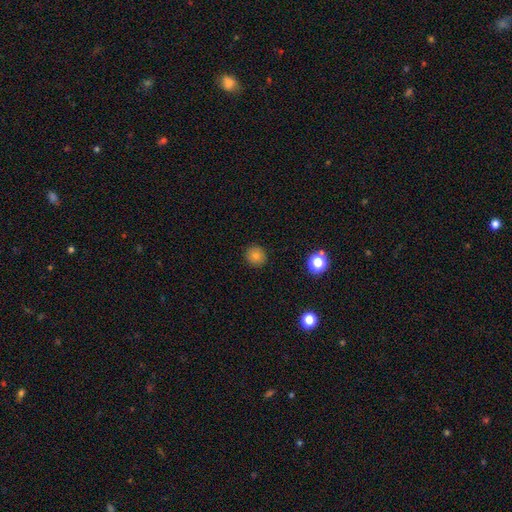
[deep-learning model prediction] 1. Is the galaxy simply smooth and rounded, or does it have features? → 78% smooth, 13% star or artifact, 9% featured or disk.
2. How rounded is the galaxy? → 93% round, 6% in between, 1% cigar-shaped.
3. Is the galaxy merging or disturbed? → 91% none, 6% minor disturbance, 2% major disturbance, 1% merger.